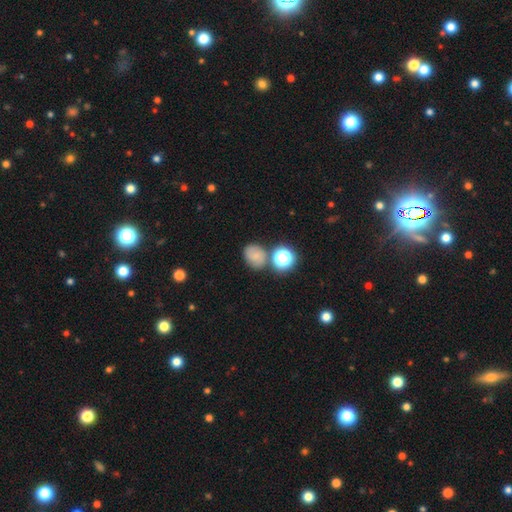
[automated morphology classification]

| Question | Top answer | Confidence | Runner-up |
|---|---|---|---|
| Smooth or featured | smooth | 66% | star or artifact (19%) |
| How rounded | round | 55% | in between (44%) |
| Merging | none | 66% | minor disturbance (16%) |